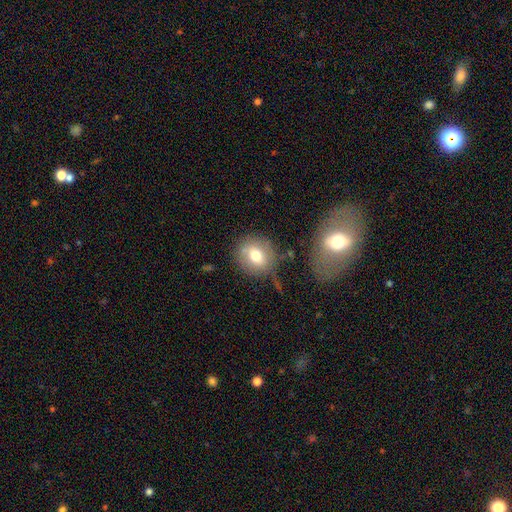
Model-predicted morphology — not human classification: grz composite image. It shows a smooth galaxy with no disk features (70%) that is round (79%). Merging: none (73%).